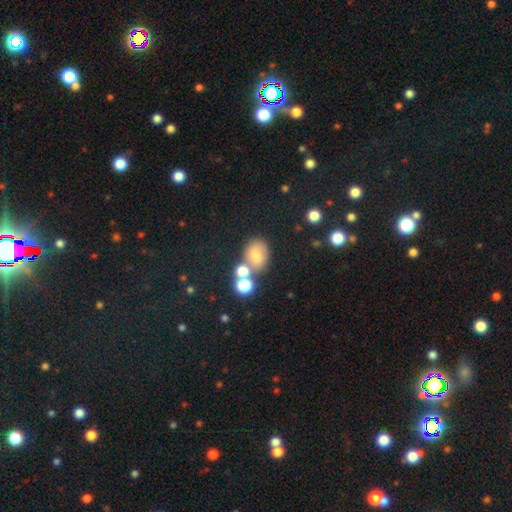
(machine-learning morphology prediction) Smooth or featured: smooth — 65% (featured or disk — 17%)
How rounded: round — 55% (in between — 44%)
Merging: none — 52% (merger — 28%)